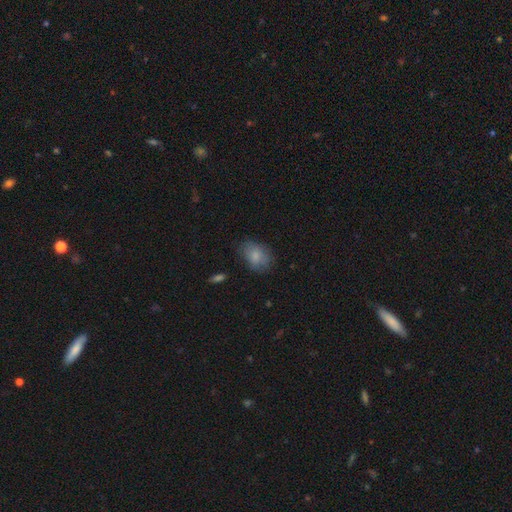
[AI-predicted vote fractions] Morphology: type=smooth (80%); roundness=in between (79%); merging=none (69%).